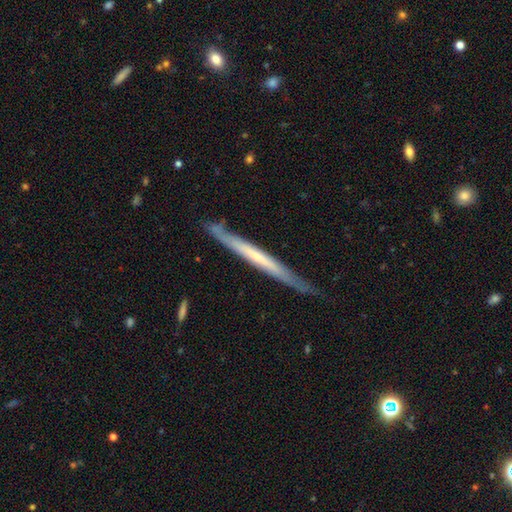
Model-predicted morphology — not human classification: smooth-or-featured: featured or disk: 61% | smooth: 34% | star or artifact: 5%
  disk-edge-on: yes: 93% | no: 7%
    edge-on-bulge: none: 79% | rounded: 15% | boxy: 6%
  merging: none: 78% | minor disturbance: 17% | major disturbance: 3% | merger: 2%